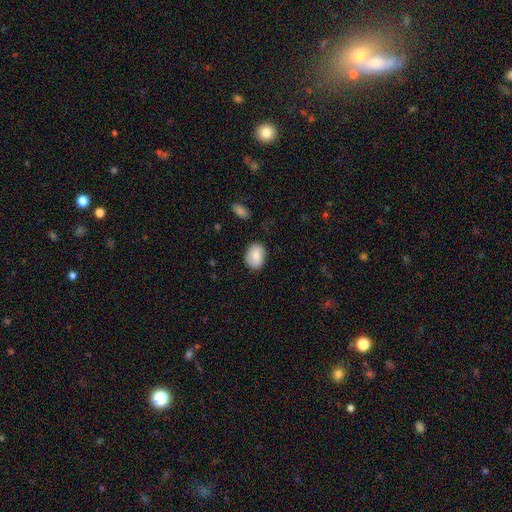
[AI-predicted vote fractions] Overall: smooth (84%). How rounded: in between (74%). Merging: none (79%).